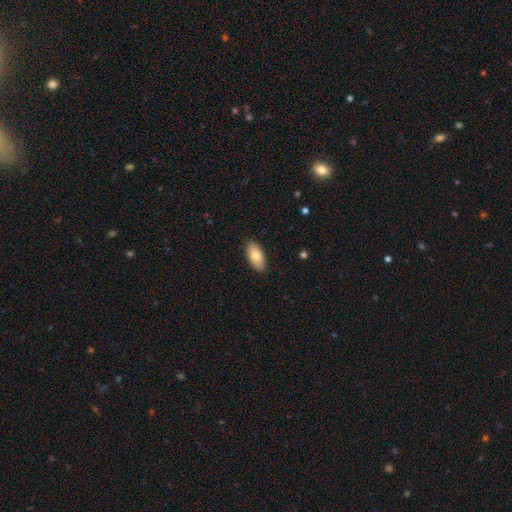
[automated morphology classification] The model was most divided on "smooth or featured": smooth: 80%, featured or disk: 14%, star or artifact: 6%. More confident: how rounded — in between (92%); merging — none (88%).